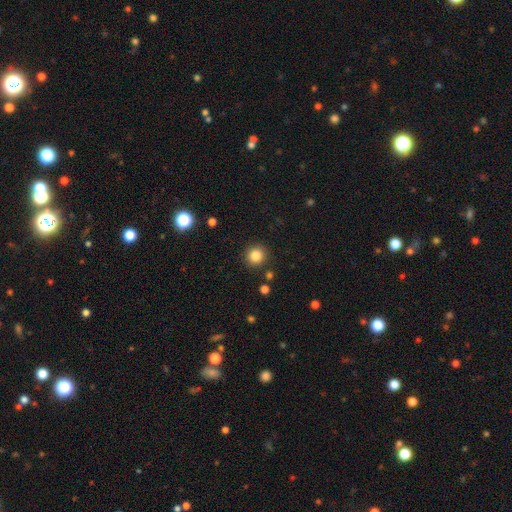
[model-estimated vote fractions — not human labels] Overall: smooth (83%). How rounded: round (94%). Merging: none (90%).